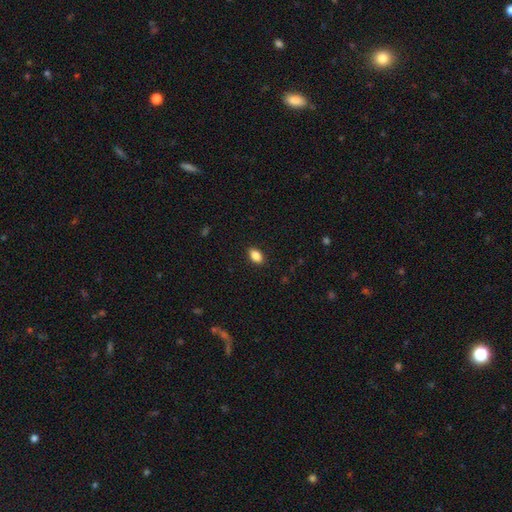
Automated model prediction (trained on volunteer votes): Smooth or featured? Predicted: smooth (p=0.87). How rounded? Predicted: in between (p=0.89). Merging? Predicted: none (p=0.89).